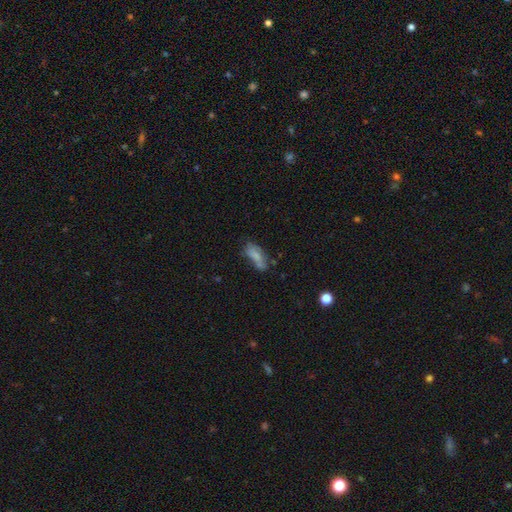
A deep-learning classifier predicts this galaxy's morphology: This is likely a smooth galaxy (71%). How rounded: likely in between (77%). Merging: marginally none (43%).